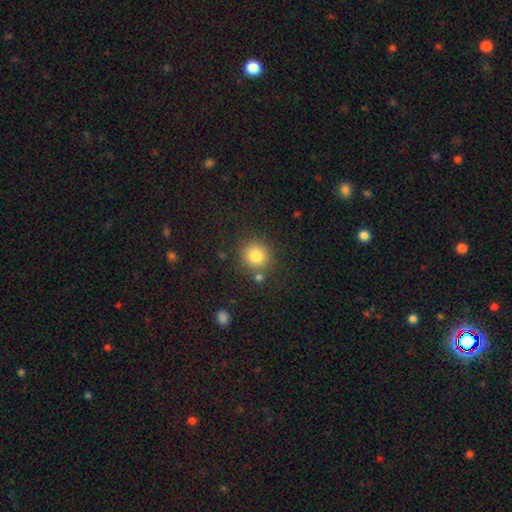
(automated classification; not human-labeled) A smooth galaxy with no disk features (82%) that is round (90%). Merging: none (80%).